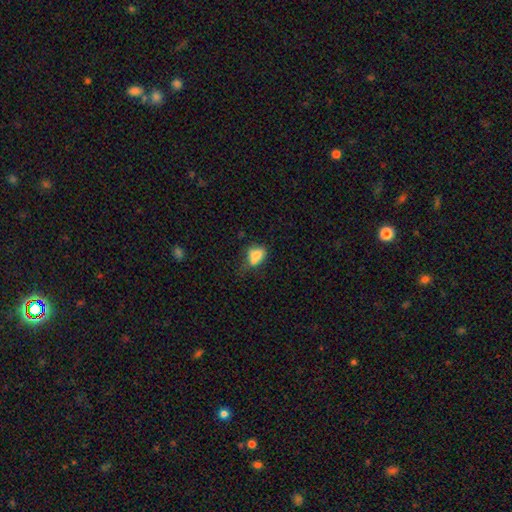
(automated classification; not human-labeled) This appears to be a smooth galaxy with no disk features (72%) that is in between round and cigar-shaped (64%). Merging: merger (32%).